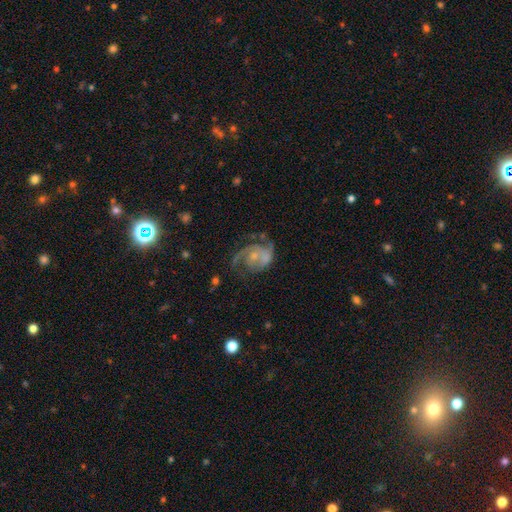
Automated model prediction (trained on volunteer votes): This is clearly a featured or disk galaxy (81%). It is clearly not viewed edge-on (98%). Bar: likely no (68%). Spiral arm pattern: clearly yes (92%). Spiral arm count: possibly 2 (57%). Spiral winding: possibly medium (48%). Central bulge: possibly small (52%). Merging: possibly none (46%).